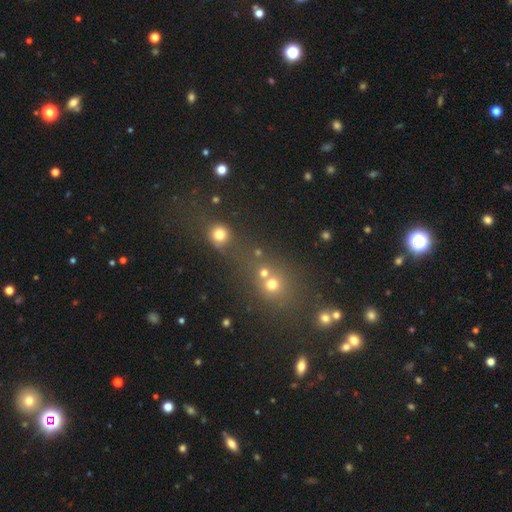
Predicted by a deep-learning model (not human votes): smooth-or-featured: smooth: 49% | star or artifact: 40% | featured or disk: 11%
  merging: none: 52% | merger: 34% | minor disturbance: 8% | major disturbance: 6%